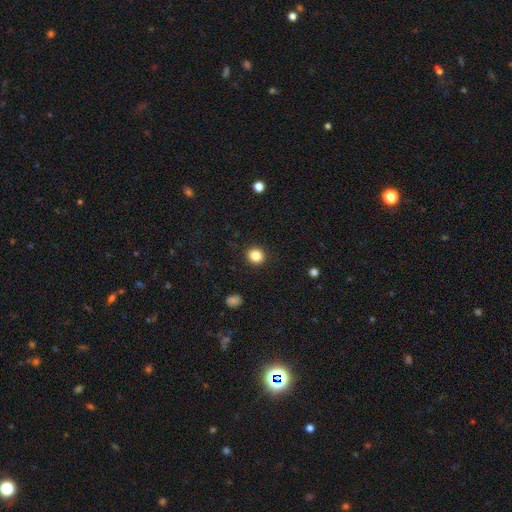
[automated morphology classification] A smooth galaxy with no disk features (85%) that is round (85%).

Vote fractions:
- Smooth or featured? smooth: 85% / star or artifact: 11% / featured or disk: 4%
- How rounded? round: 85% / in between: 14% / cigar-shaped: 1%
- Merging? none: 92% / minor disturbance: 5% / major disturbance: 2% / merger: 1%